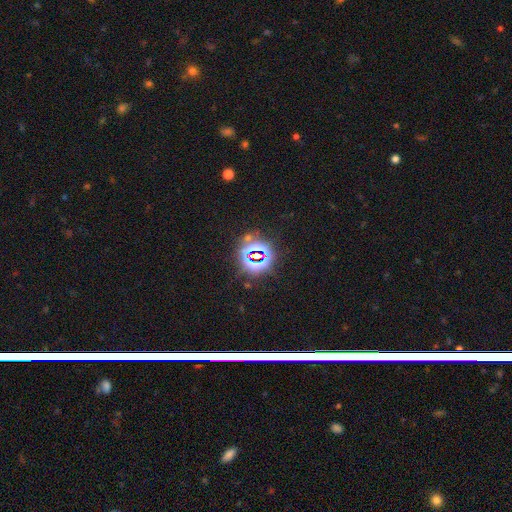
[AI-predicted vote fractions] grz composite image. It shows a star or artifact, not a galaxy (77%).